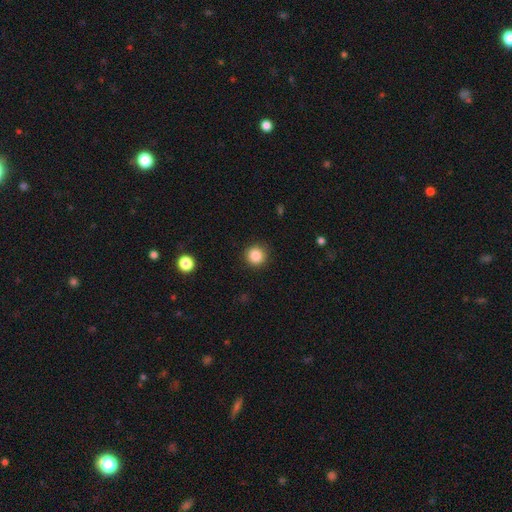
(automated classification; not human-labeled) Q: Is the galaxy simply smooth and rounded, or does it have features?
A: smooth — 86%.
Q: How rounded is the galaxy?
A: round — 95%.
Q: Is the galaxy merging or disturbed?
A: none — 91%.